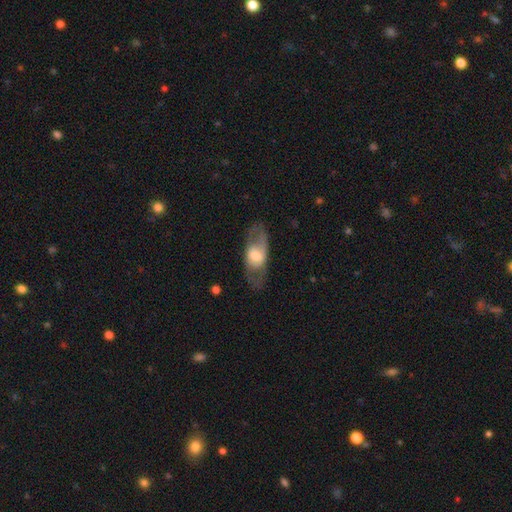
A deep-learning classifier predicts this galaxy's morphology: featured or disk 56%, smooth 38%, star or artifact 6%. Down the decision tree: edge-on disk — no (81%); merging — none (73%).